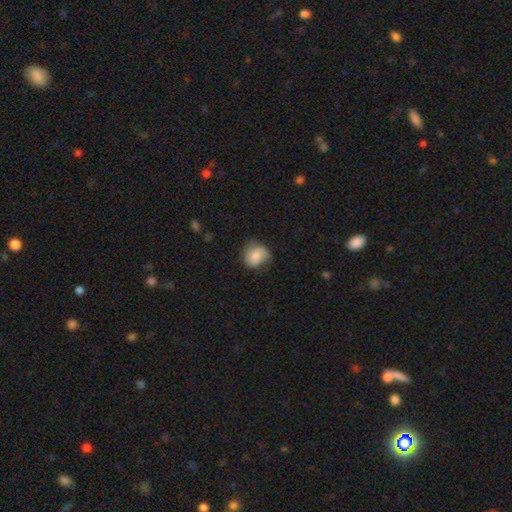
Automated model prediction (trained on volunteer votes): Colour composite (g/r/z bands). It shows a smooth galaxy with no disk features (66%) that is round (67%). Merging: none (54%).